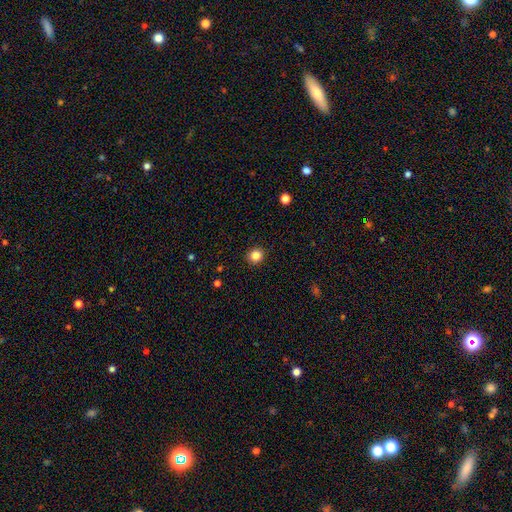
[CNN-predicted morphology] Smooth or featured? Predicted: smooth (p=0.84). How rounded? Predicted: round (p=0.87). Merging? Predicted: none (p=0.92).